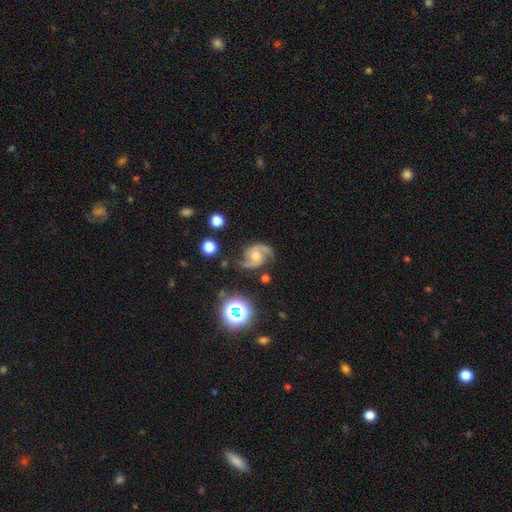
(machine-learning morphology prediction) A featured or disk galaxy (86%) with no bar (60%), 2 (90%) medium (52%) spiral arms (98%) and a moderate central bulge (59%). Merging: none (71%).